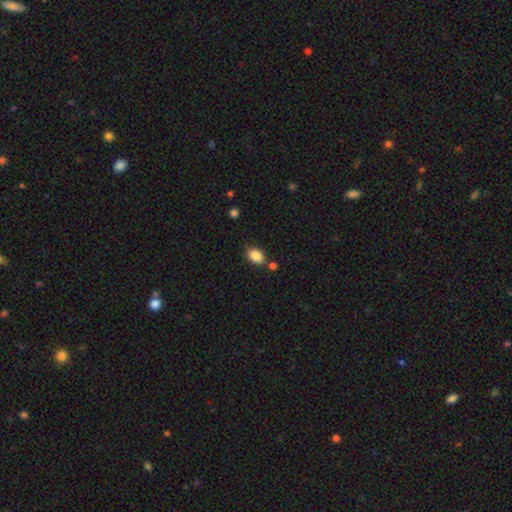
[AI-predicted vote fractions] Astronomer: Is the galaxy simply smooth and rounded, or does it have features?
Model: smooth — 86%.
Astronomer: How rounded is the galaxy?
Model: in between — 83%.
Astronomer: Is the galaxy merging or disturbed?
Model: none — 76%.